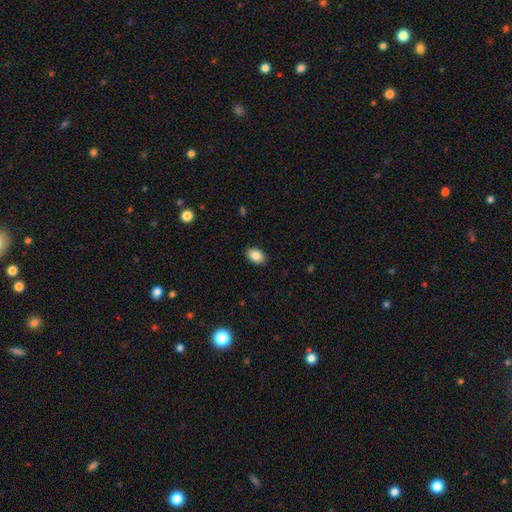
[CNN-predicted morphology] A smooth galaxy with no disk features (87%) that is in between round and cigar-shaped (88%). Merging: none (89%).